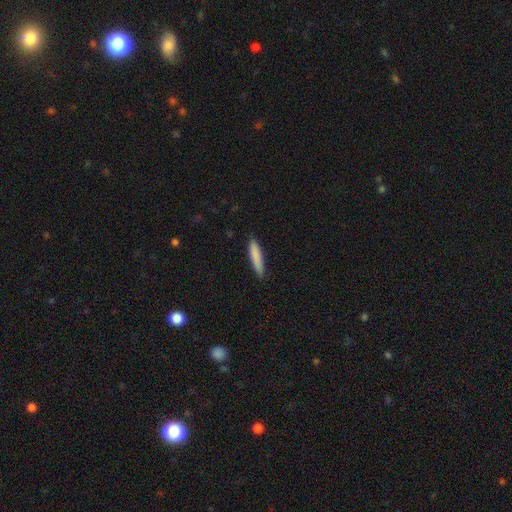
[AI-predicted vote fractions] Smooth or featured? Predicted: smooth (p=0.83). How rounded? Predicted: cigar-shaped (p=0.85). Merging? Predicted: none (p=0.85).